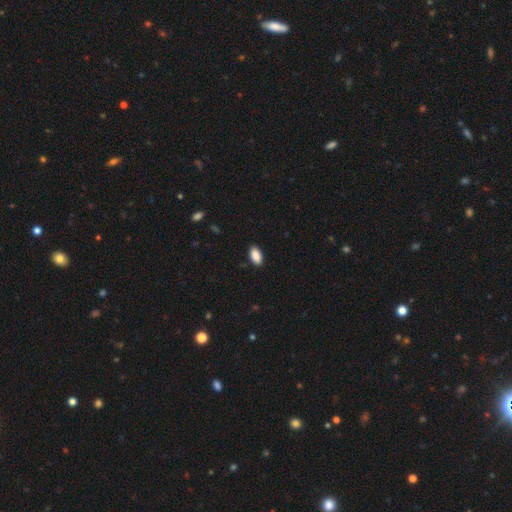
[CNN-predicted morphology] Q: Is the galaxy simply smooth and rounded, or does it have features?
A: smooth — 89%.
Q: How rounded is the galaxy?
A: in between — 93%.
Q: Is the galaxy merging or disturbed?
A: none — 88%.